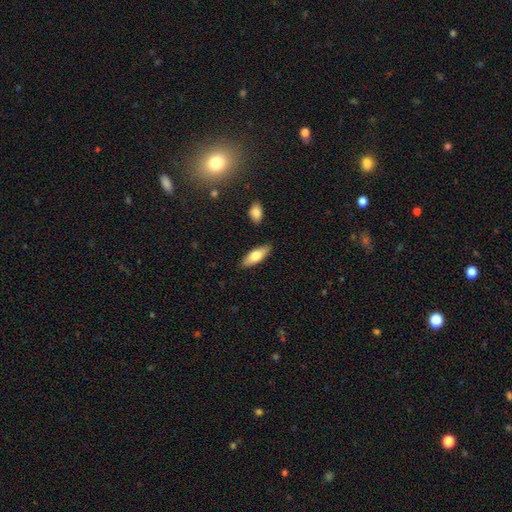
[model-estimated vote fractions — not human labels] Morphology: type=smooth (72%); roundness=in between (66%); merging=none (86%).